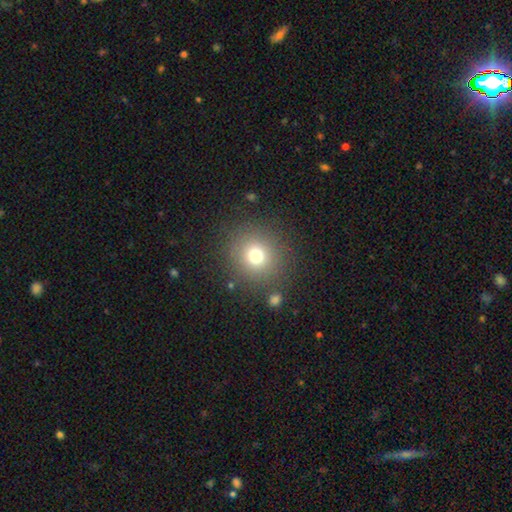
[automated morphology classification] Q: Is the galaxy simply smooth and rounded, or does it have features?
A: smooth — 73%.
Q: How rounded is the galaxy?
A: round — 91%.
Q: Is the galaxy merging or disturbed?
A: none — 85%.